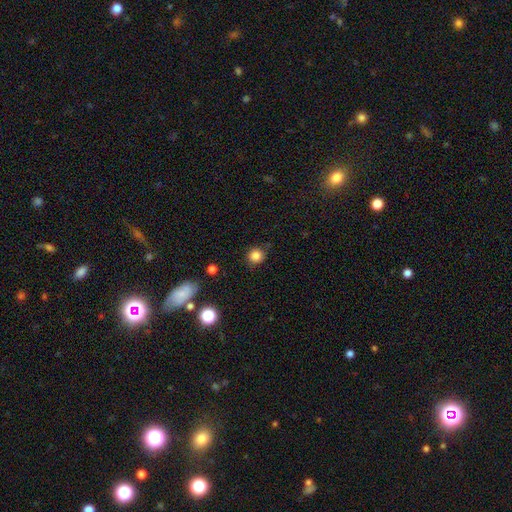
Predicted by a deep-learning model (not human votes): Smooth or featured? Predicted: smooth (p=0.84). How rounded? Predicted: round (p=0.92). Merging? Predicted: none (p=0.85).